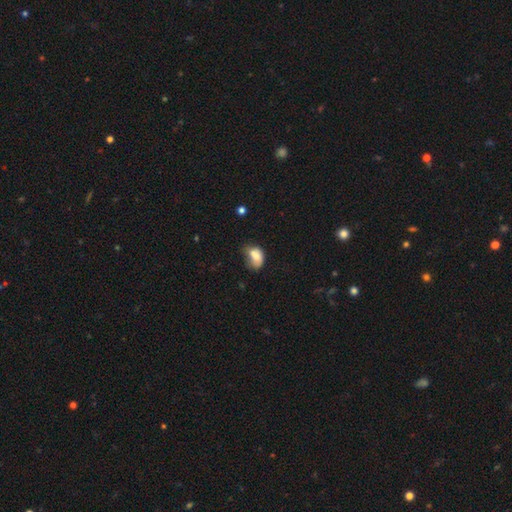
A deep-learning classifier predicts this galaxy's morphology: Smooth or featured? Predicted: smooth (p=0.70). How rounded? Predicted: in between (p=0.75). Merging? Predicted: merger (p=0.29, tied with minor disturbance).